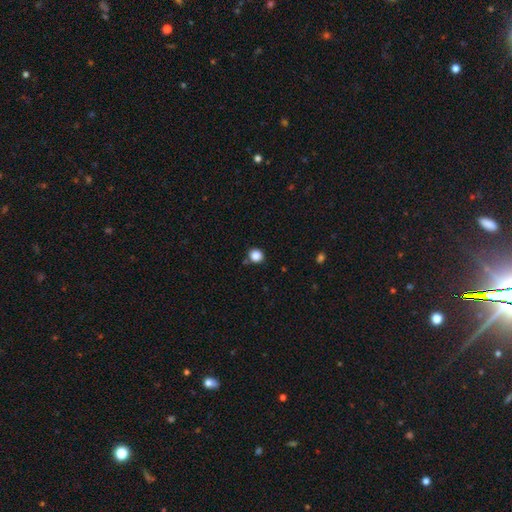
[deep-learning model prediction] Smooth or featured? smooth (85%)
How rounded? round (88%)
Merging? none (85%)